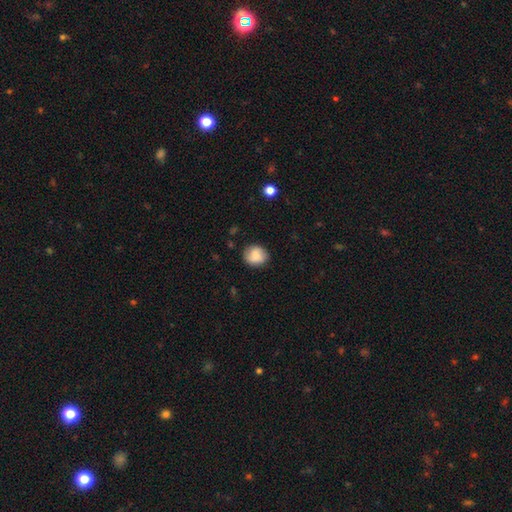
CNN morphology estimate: Smooth or featured? smooth (81%)
How rounded? round (76%)
Merging? none (82%)